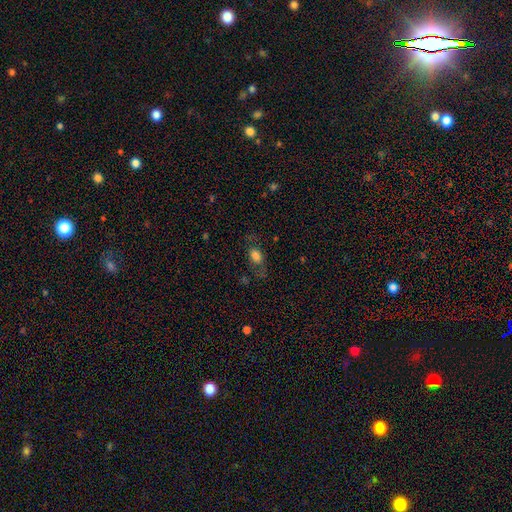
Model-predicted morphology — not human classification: smooth_or_featured: smooth (p=0.69) [alt: featured or disk p=0.19]
how_rounded: in between (p=0.80) [alt: round p=0.16]
merging: none (p=0.63) [alt: minor disturbance p=0.19]